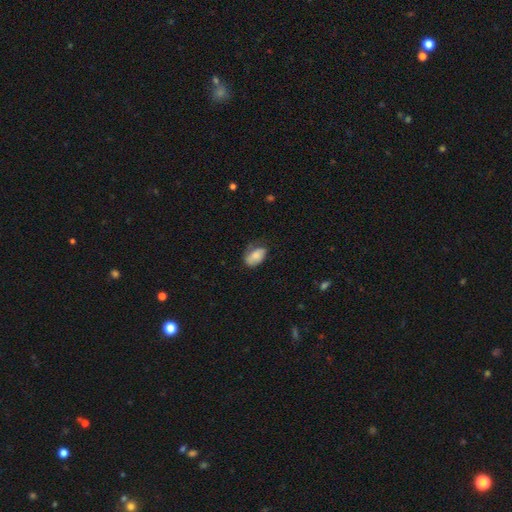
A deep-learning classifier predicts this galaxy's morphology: Q: Smooth or featured?
A: smooth (76%); runner-up: featured or disk (17%)
Q: How rounded?
A: in between (92%); runner-up: round (6%)
Q: Merging?
A: none (48%); runner-up: minor disturbance (34%)